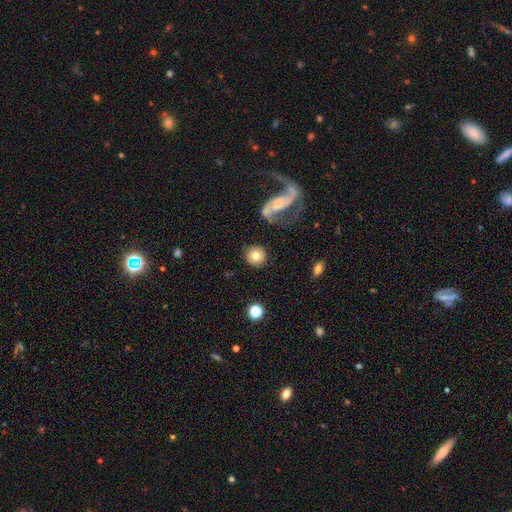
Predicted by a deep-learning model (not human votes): smooth 71%, featured or disk 20%, star or artifact 9%. Down the decision tree: how rounded — round (91%); merging — none (86%).